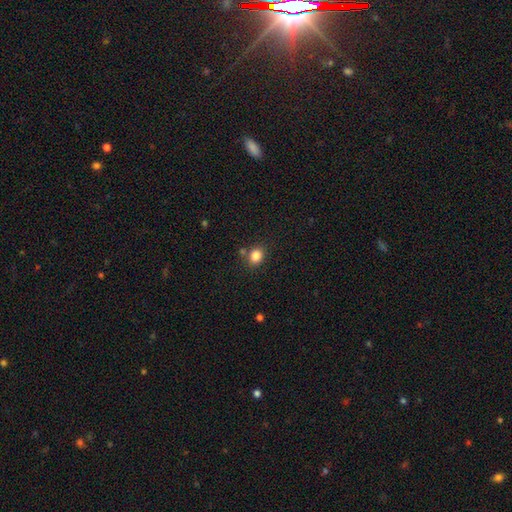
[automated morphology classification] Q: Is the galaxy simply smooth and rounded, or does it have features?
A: smooth — 83%.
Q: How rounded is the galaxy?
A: round — 57%.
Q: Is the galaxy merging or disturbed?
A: none — 77%.